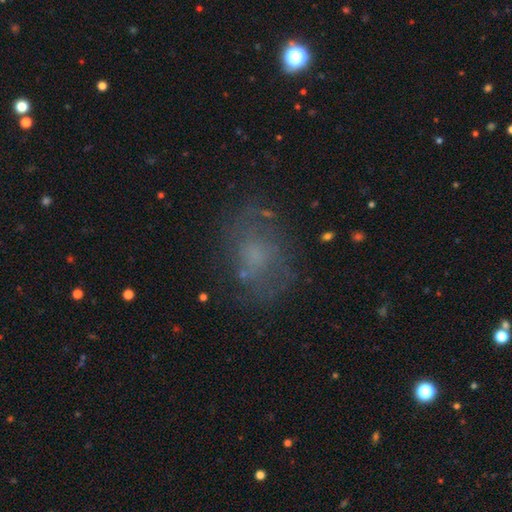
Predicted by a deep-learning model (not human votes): This appears to be a featured or disk galaxy (45%). Merging: none (69%).